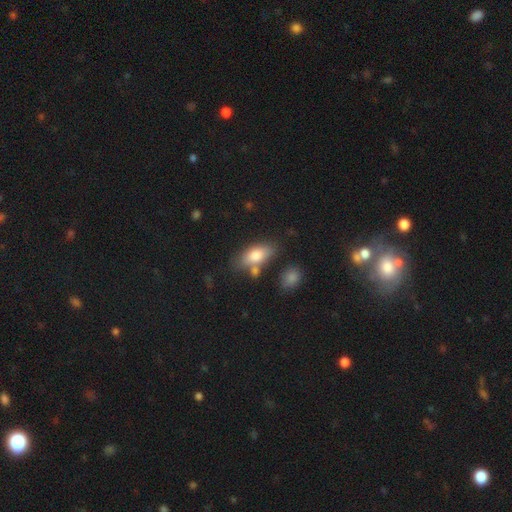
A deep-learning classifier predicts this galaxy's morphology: smooth 78%, featured or disk 15%, star or artifact 7%. Down the decision tree: how rounded — in between (86%); merging — none (66%).